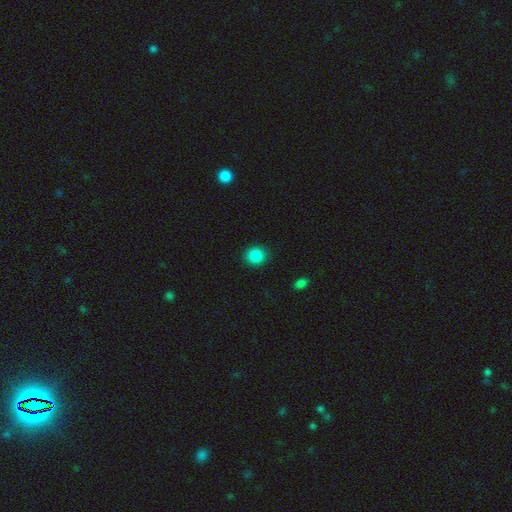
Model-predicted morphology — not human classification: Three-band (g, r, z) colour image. It shows a smooth galaxy with no disk features (86%) that is round (82%). Merging: none (91%).